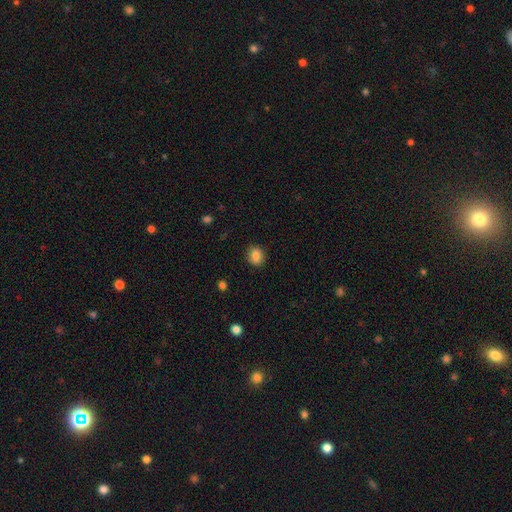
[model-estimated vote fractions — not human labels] The model was most divided on "how rounded": round: 60%, in between: 39%, cigar-shaped: 1%. More confident: merging — none (88%); smooth or featured — smooth (85%).